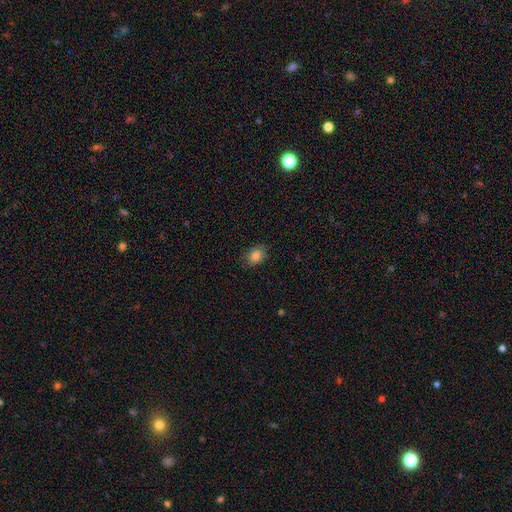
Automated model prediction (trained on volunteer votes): Smooth or featured? Predicted: smooth (p=0.83). How rounded? Predicted: in between (p=0.66). Merging? Predicted: none (p=0.81).